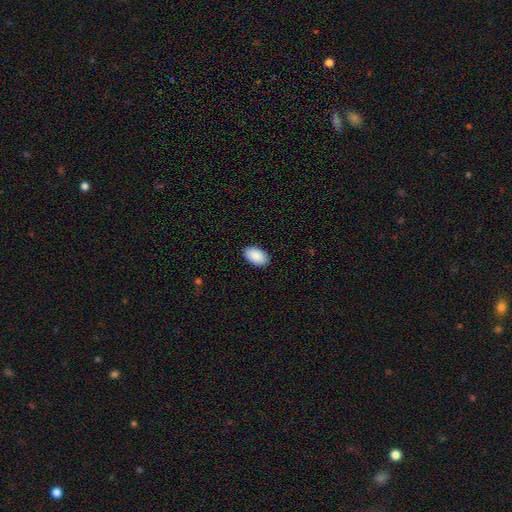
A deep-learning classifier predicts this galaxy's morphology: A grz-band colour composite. It shows a smooth galaxy with no disk features (91%) that is in between round and cigar-shaped (95%). Merging: none (90%).